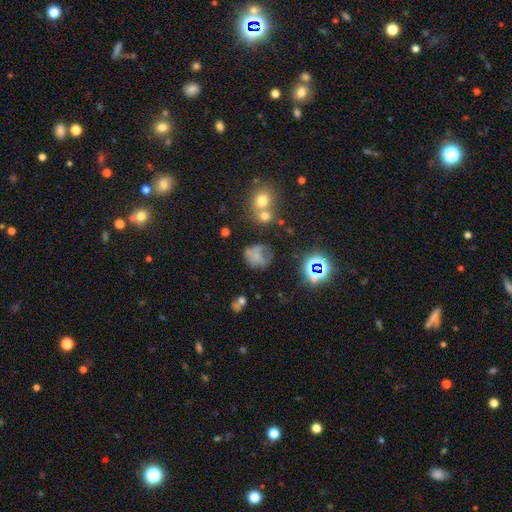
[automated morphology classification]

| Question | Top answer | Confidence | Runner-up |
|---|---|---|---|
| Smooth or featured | smooth | 52% | featured or disk (26%) |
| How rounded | round | 69% | in between (30%) |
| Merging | none | 41% | minor disturbance (25%) |